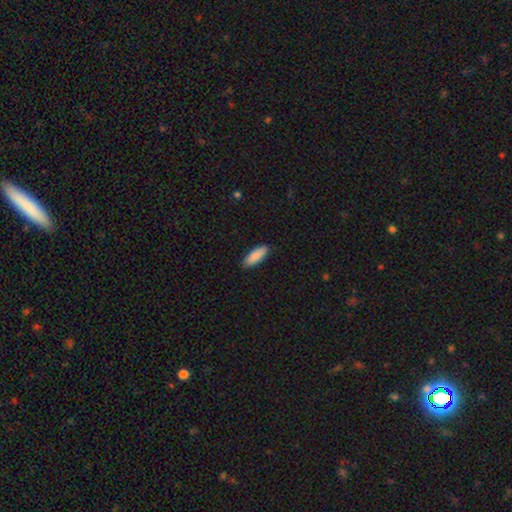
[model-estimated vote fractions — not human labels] smooth_or_featured: smooth (p=0.90) [alt: star or artifact p=0.05]
how_rounded: in between (p=0.62) [alt: cigar-shaped p=0.36]
merging: none (p=0.89) [alt: minor disturbance p=0.08]